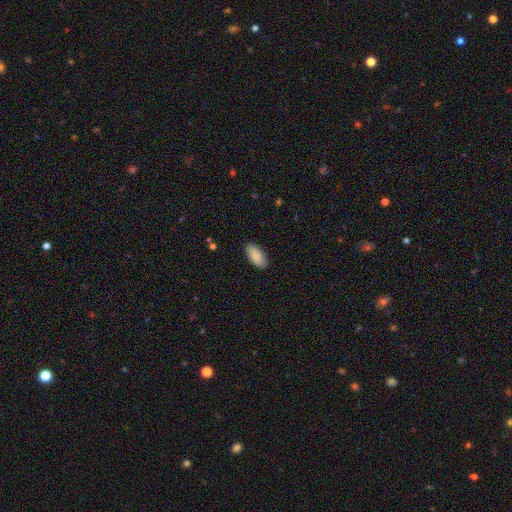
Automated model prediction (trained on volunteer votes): Q: Smooth or featured?
A: smooth (89%); runner-up: star or artifact (6%)
Q: How rounded?
A: in between (89%); runner-up: cigar-shaped (9%)
Q: Merging?
A: none (86%); runner-up: minor disturbance (11%)